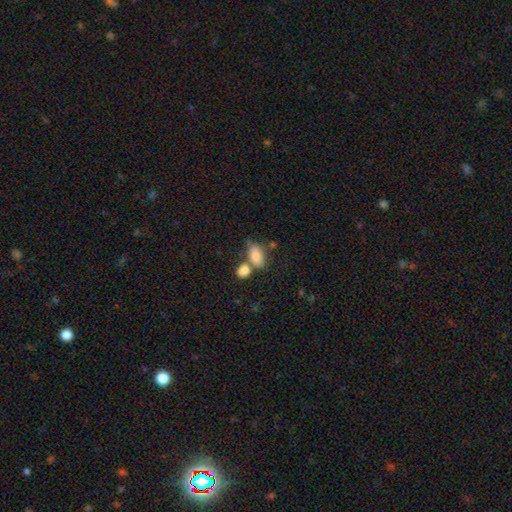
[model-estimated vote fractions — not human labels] Overall: smooth (81%). How rounded: in between (89%). Merging: merger (41%, tied with none).